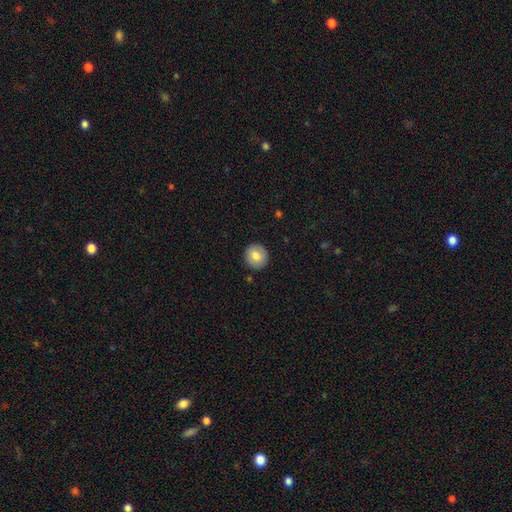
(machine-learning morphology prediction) Smooth or featured? Predicted: smooth (p=0.80). How rounded? Predicted: round (p=0.90). Merging? Predicted: none (p=0.90).